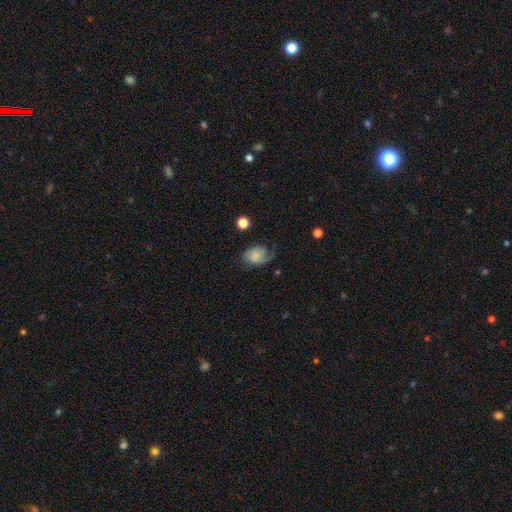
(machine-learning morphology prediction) Smooth or featured?
  - featured or disk: 49% *
  - smooth: 42%
  - star or artifact: 9%
Merging?
  - none: 44% *
  - minor disturbance: 28%
  - major disturbance: 25%
  - merger: 2%